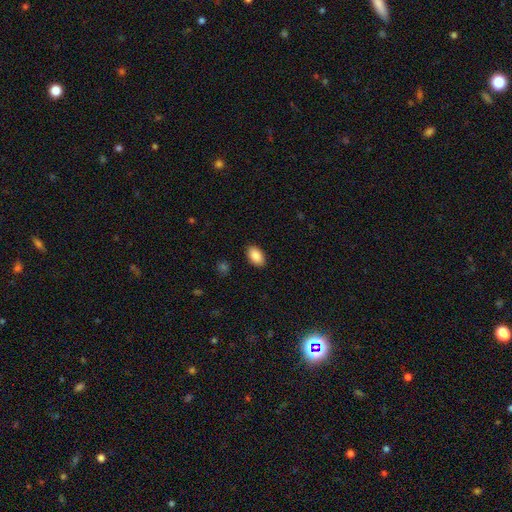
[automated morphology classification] type=smooth (88%); roundness=in between (93%); merging=none (89%).